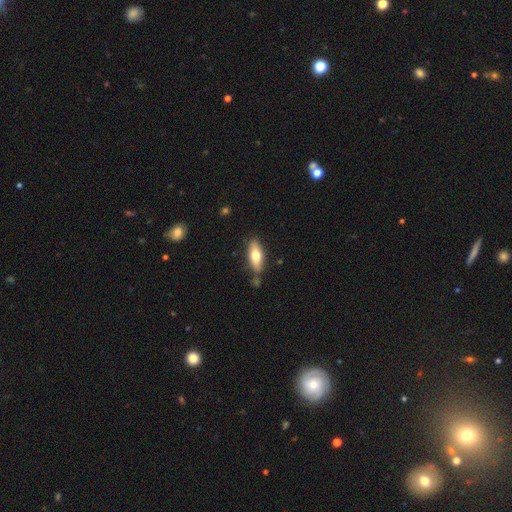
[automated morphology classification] smooth 64%, featured or disk 30%, star or artifact 6%. Down the decision tree: how rounded — in between (65%); merging — none (75%).